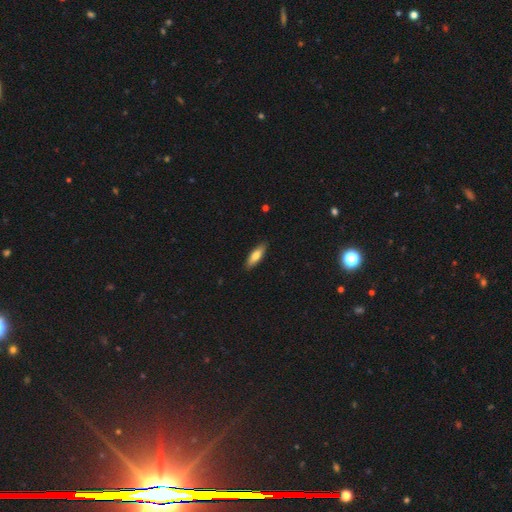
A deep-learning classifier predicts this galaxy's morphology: Smooth or featured: smooth — 75% (featured or disk — 20%)
How rounded: in between — 55% (cigar-shaped — 43%)
Merging: none — 88% (minor disturbance — 9%)